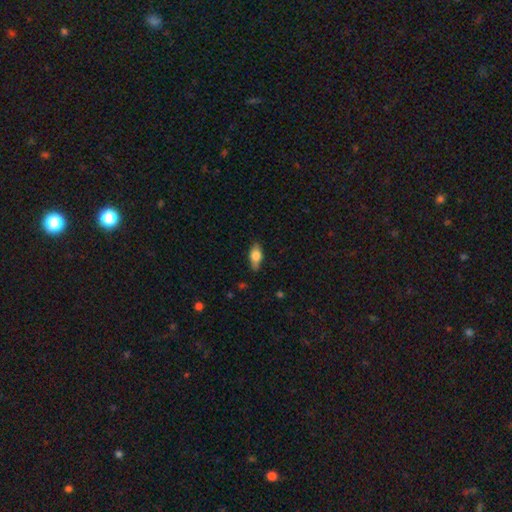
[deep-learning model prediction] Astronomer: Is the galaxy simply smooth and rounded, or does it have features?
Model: smooth — 66%.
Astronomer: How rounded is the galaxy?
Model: in between — 81%.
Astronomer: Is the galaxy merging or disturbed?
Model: none — 82%.